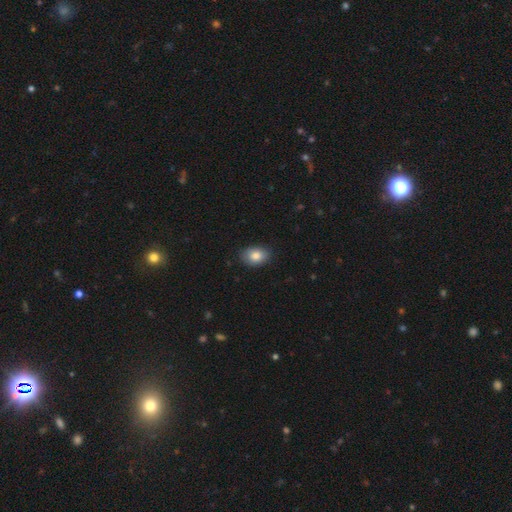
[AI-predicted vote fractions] Smooth or featured?
  - smooth: 85% *
  - star or artifact: 8%
  - featured or disk: 8%
How rounded?
  - in between: 80% *
  - round: 18%
  - cigar-shaped: 1%
Merging?
  - none: 85% *
  - minor disturbance: 12%
  - major disturbance: 2%
  - merger: 1%